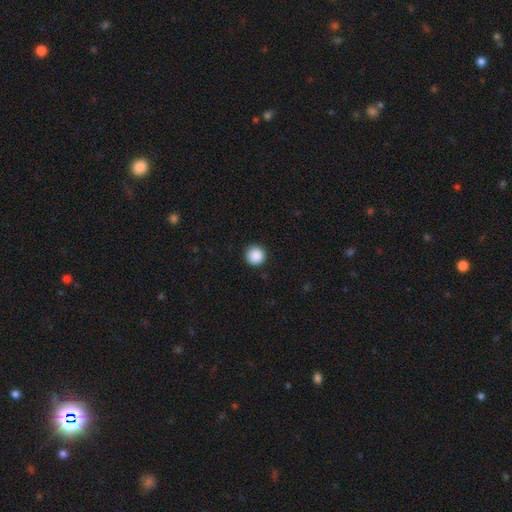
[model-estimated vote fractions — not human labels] The model was most divided on "smooth or featured": smooth: 89%, star or artifact: 9%, featured or disk: 2%. More confident: how rounded — round (96%); merging — none (92%).